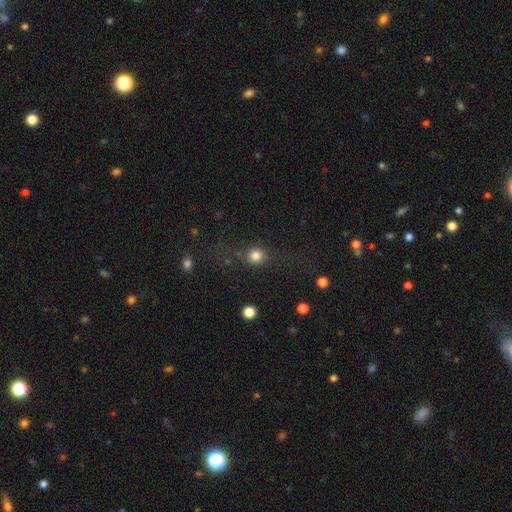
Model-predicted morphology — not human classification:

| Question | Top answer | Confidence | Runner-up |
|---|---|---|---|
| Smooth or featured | smooth | 83% | star or artifact (11%) |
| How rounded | round | 87% | in between (12%) |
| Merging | none | 76% | minor disturbance (12%) |